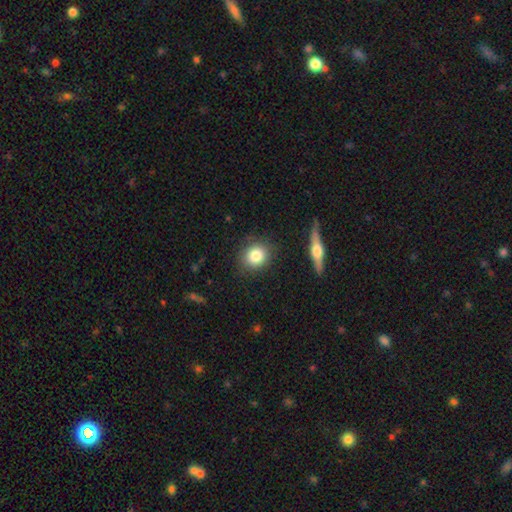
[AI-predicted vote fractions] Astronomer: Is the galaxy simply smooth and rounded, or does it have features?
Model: smooth — 83%.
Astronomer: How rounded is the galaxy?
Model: round — 79%.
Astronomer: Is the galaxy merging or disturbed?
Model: none — 84%.